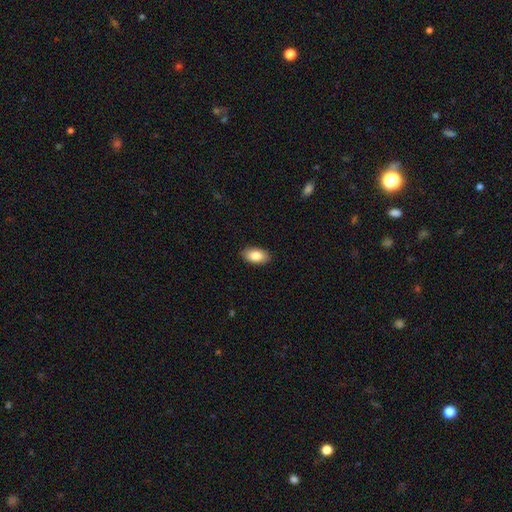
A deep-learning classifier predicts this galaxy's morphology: type=smooth (86%); roundness=in between (94%); merging=none (89%).